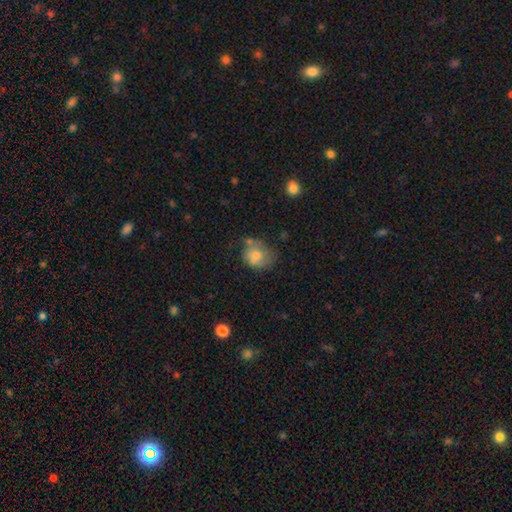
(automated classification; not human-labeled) Overall: smooth (63%; featured or disk 27%). How rounded: round (63%; in between 36%). Merging: none (45%; minor disturbance 30%).